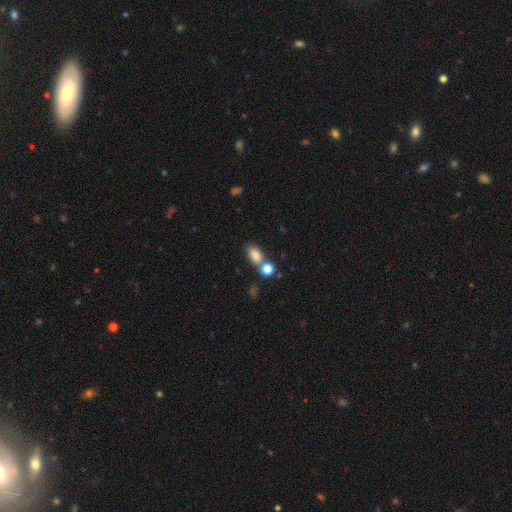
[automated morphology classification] Q: Smooth or featured?
A: smooth (82%); runner-up: star or artifact (11%)
Q: How rounded?
A: in between (82%); runner-up: round (15%)
Q: Merging?
A: none (53%); runner-up: merger (29%)